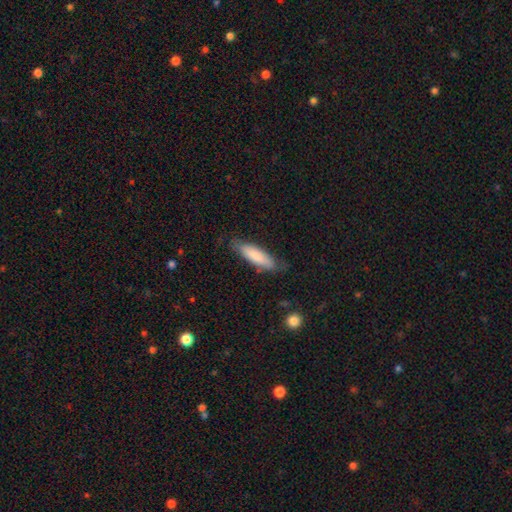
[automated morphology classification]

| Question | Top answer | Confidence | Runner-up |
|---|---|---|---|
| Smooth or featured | smooth | 79% | featured or disk (15%) |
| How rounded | cigar-shaped | 55% | in between (43%) |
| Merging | none | 76% | minor disturbance (19%) |